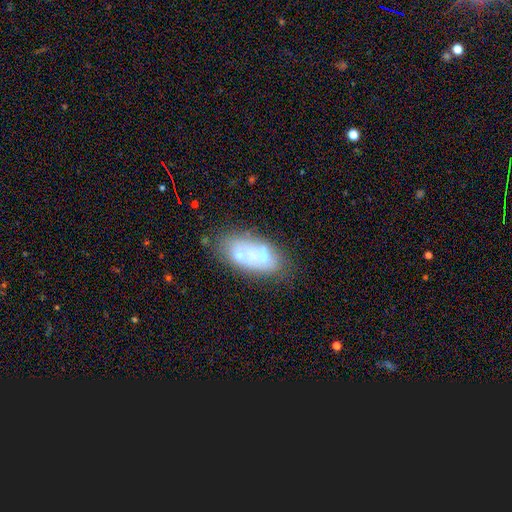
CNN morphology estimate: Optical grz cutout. It shows a featured or disk galaxy (48%). Merging: none (49%).